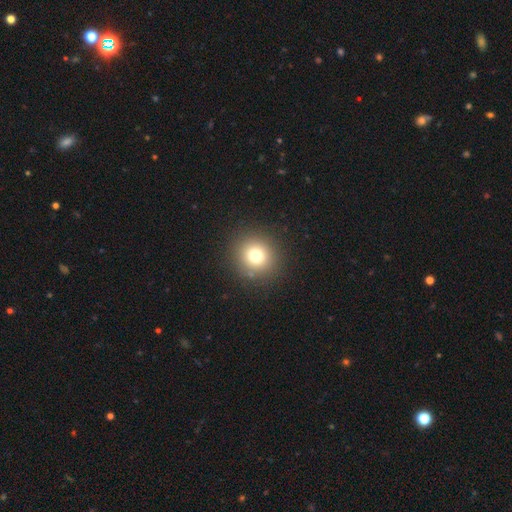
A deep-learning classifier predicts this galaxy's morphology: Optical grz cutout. It shows a smooth galaxy with no disk features (74%) that is round (91%). Merging: none (89%).